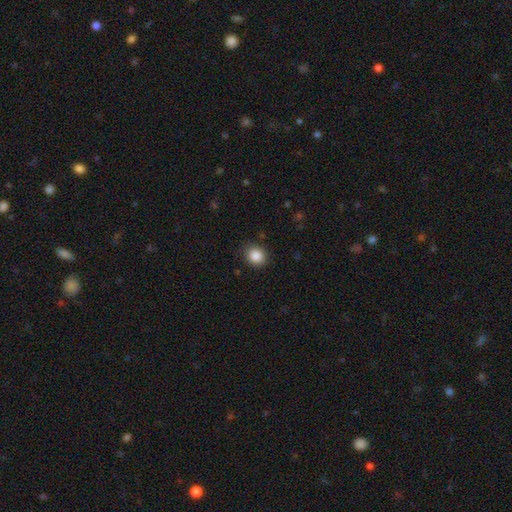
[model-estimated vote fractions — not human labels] The model was most divided on "how rounded": round: 74%, in between: 25%, cigar-shaped: 1%. More confident: smooth or featured — smooth (87%); merging — none (87%).